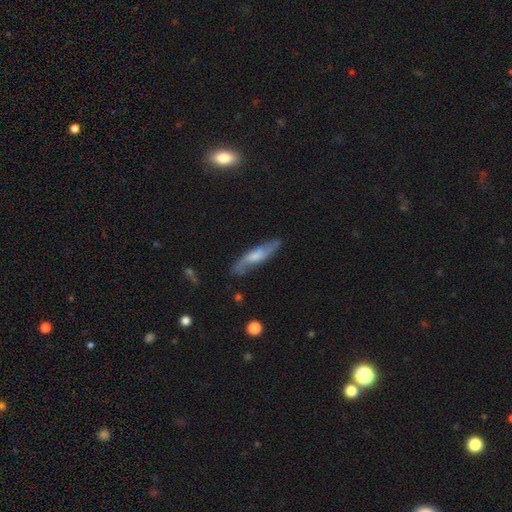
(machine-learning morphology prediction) Overall: featured or disk (59%; smooth 34%). Edge-on disk: no (62%; yes 38%). Merging: none (77%).